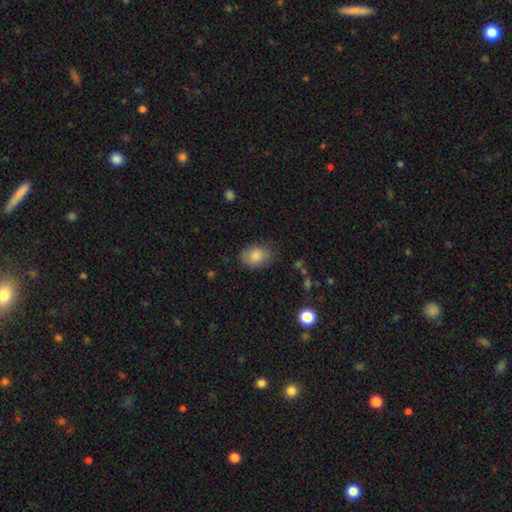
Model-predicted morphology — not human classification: A smooth galaxy with no disk features (85%) that is in between round and cigar-shaped (77%).

Vote fractions:
- Smooth or featured? smooth: 85% / featured or disk: 7% / star or artifact: 7%
- How rounded? in between: 77% / round: 22% / cigar-shaped: 1%
- Merging? none: 71% / minor disturbance: 22% / major disturbance: 6% / merger: 1%